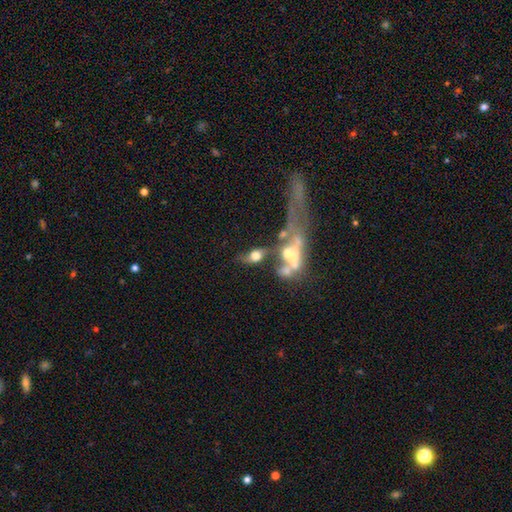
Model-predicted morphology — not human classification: A featured or disk galaxy (46%). Merging: merger (46%).